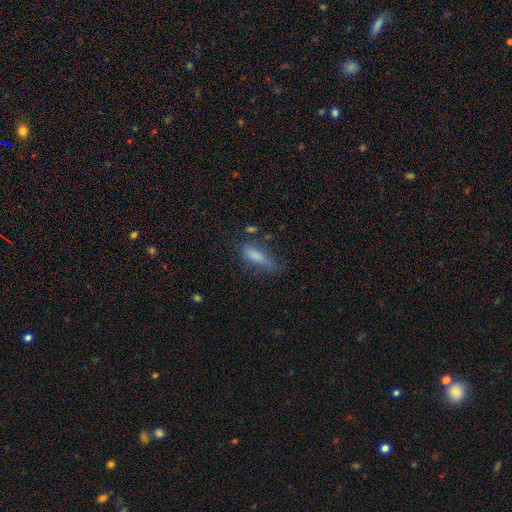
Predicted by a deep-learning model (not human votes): smooth-or-featured: smooth: 75% | featured or disk: 15% | star or artifact: 10%
  how-rounded: in between: 51% | cigar-shaped: 46% | round: 3%
  merging: none: 47% | minor disturbance: 29% | major disturbance: 19% | merger: 5%